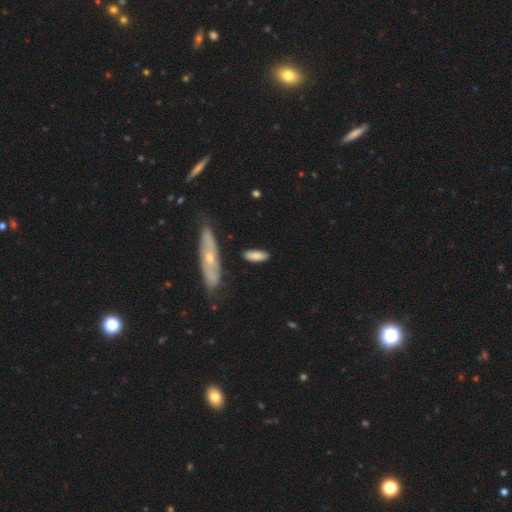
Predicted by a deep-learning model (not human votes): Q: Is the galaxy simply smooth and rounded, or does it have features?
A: smooth — 79%.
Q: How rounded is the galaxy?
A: in between — 67%.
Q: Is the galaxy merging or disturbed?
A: none — 81%.